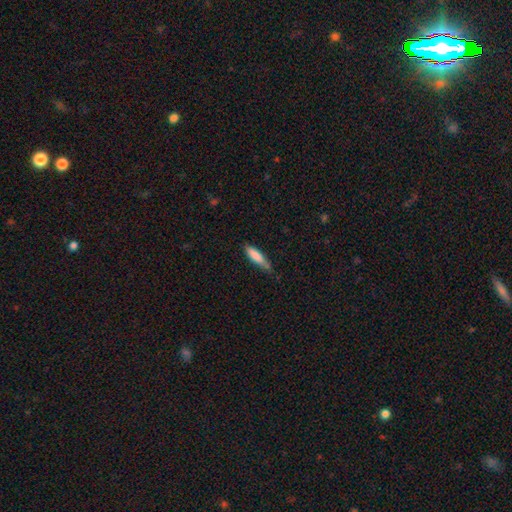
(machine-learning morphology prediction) smooth 81%, featured or disk 13%, star or artifact 6%. Down the decision tree: how rounded — cigar-shaped (68%); merging — none (60%).